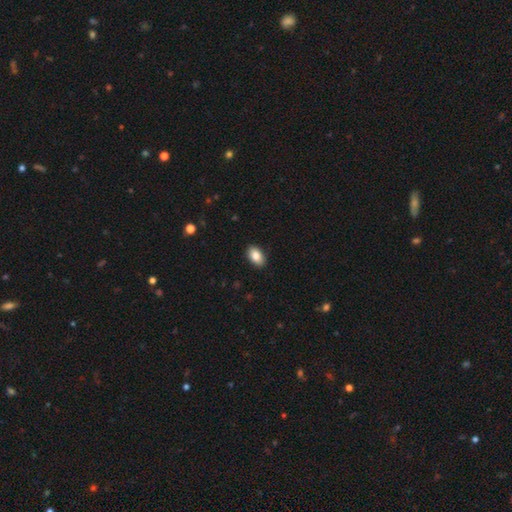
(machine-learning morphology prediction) The model was most divided on "smooth or featured": smooth: 86%, star or artifact: 7%, featured or disk: 7%. More confident: how rounded — in between (91%); merging — none (90%).